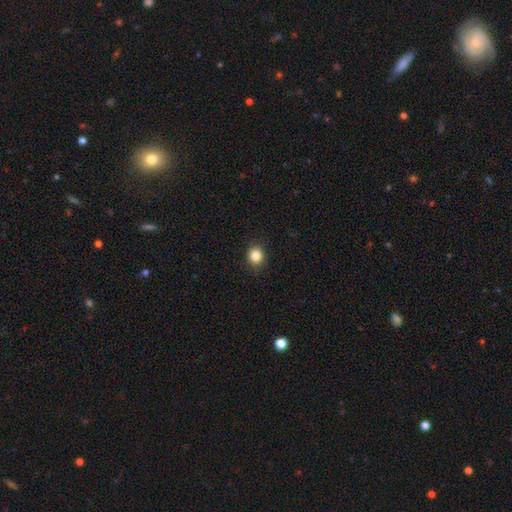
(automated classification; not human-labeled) Smooth or featured: smooth — 85% (star or artifact — 11%)
How rounded: round — 74% (in between — 25%)
Merging: none — 88% (minor disturbance — 9%)